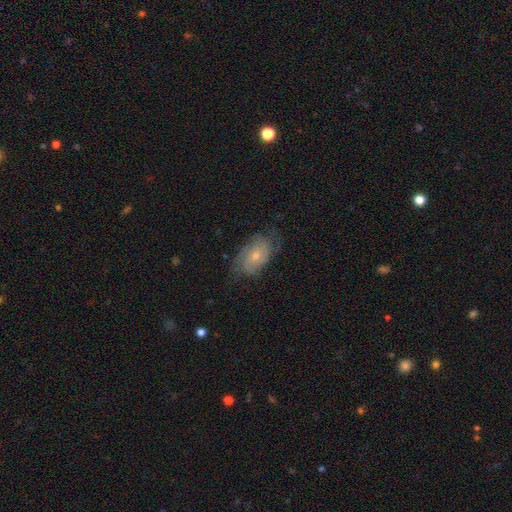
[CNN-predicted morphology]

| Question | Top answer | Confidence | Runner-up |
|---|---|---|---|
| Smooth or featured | featured or disk | 60% | smooth (32%) |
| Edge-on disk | no | 95% | yes (5%) |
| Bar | no | 75% | weak (22%) |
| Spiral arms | yes | 83% | no (17%) |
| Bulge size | moderate | 51% | small (44%) |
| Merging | none | 64% | minor disturbance (24%) |